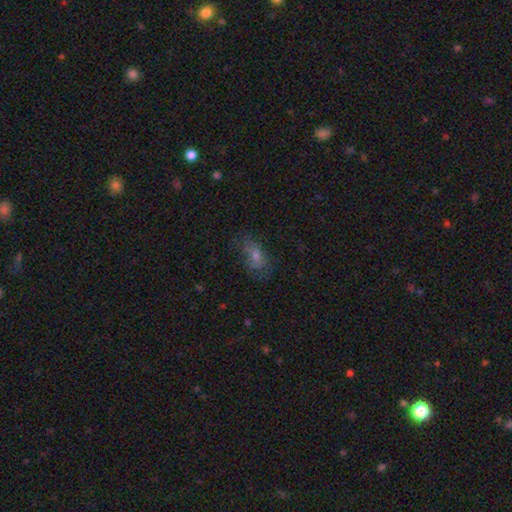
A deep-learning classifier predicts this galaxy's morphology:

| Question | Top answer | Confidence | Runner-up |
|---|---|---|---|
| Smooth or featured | smooth | 49% | featured or disk (32%) |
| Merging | none | 58% | minor disturbance (24%) |